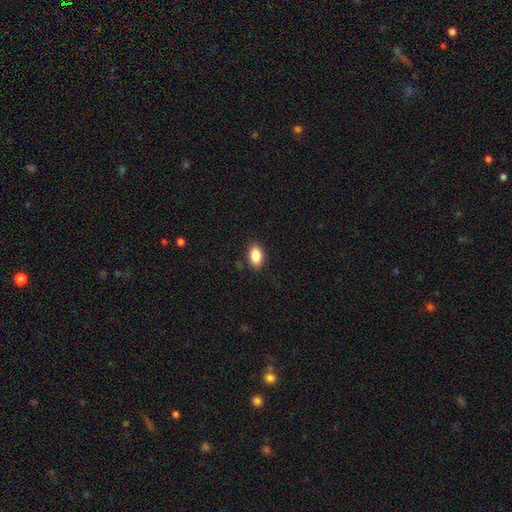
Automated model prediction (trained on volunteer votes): Smooth or featured?
  - smooth: 87% *
  - star or artifact: 8%
  - featured or disk: 5%
How rounded?
  - in between: 90% *
  - round: 8%
  - cigar-shaped: 2%
Merging?
  - none: 87% *
  - minor disturbance: 9%
  - major disturbance: 2%
  - merger: 1%